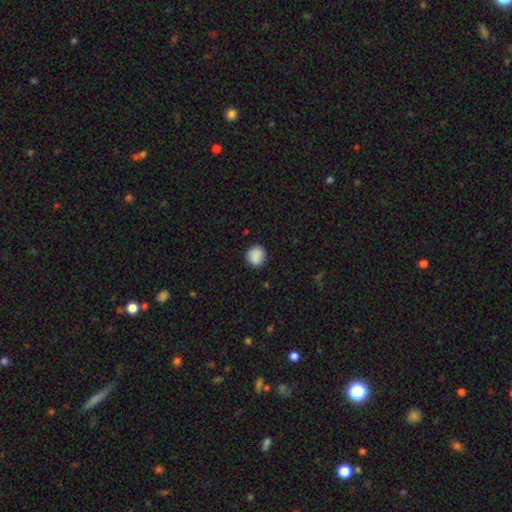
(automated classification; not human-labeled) This is clearly a smooth galaxy (89%). How rounded: clearly round (84%). Merging: clearly none (87%).